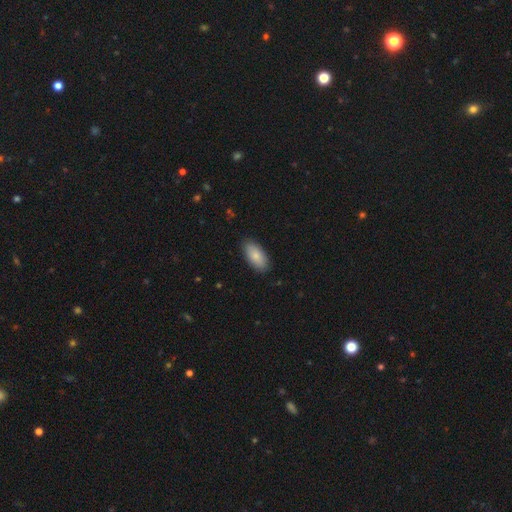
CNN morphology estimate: A smooth galaxy with no disk features (85%) that is in between round and cigar-shaped (92%).

Vote fractions:
- Smooth or featured? smooth: 85% / featured or disk: 9% / star or artifact: 6%
- How rounded? in between: 92% / cigar-shaped: 6% / round: 2%
- Merging? none: 87% / minor disturbance: 10% / major disturbance: 2% / merger: 1%